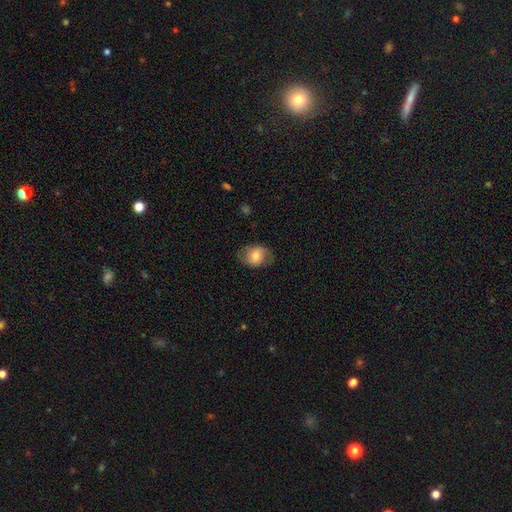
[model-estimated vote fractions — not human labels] A smooth galaxy with no disk features (70%) that is in between round and cigar-shaped (59%). Merging: none (74%).